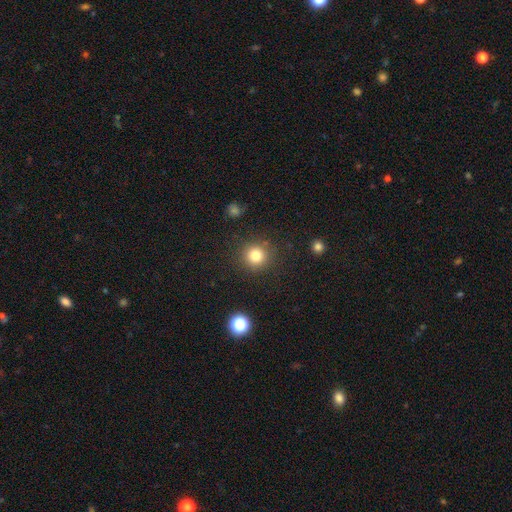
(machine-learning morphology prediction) smooth-or-featured: smooth: 81% | star or artifact: 12% | featured or disk: 6%
  how-rounded: round: 93% | in between: 6% | cigar-shaped: 1%
  merging: none: 87% | minor disturbance: 7% | major disturbance: 3% | merger: 2%